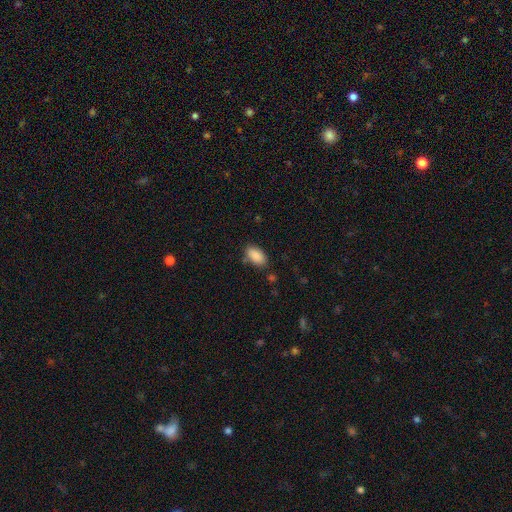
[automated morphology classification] This appears to be a smooth galaxy with no disk features (89%) that is in between round and cigar-shaped (94%). Merging: none (80%).